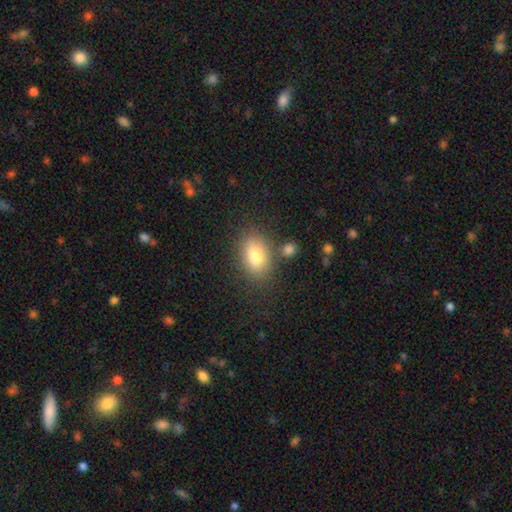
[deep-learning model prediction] A smooth galaxy with no disk features (79%) that is in between round and cigar-shaped (79%). Merging: none (75%).